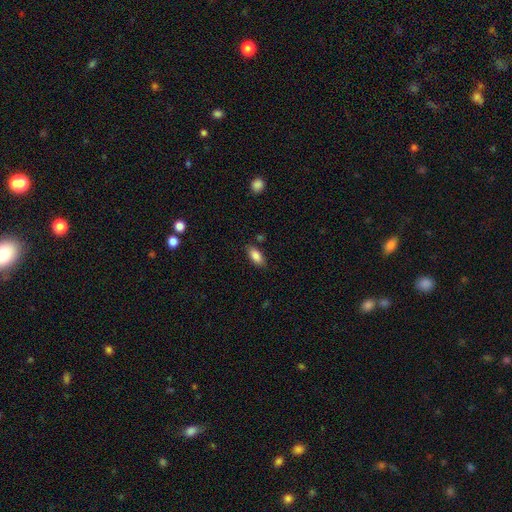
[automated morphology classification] type=smooth (86%); roundness=in between (88%); merging=none (83%).